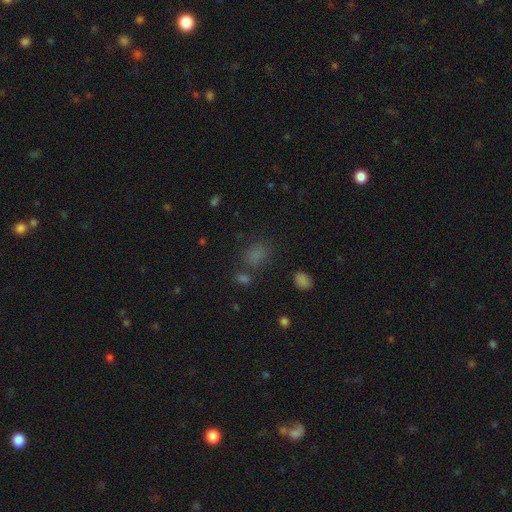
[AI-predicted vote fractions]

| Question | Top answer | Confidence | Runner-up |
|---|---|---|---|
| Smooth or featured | smooth | 67% | star or artifact (27%) |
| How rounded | in between | 60% | round (38%) |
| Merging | none | 70% | minor disturbance (13%) |